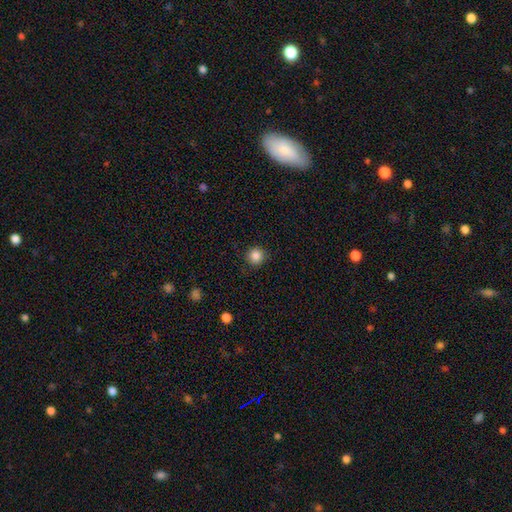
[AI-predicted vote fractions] Q: Smooth or featured?
A: smooth (86%); runner-up: star or artifact (11%)
Q: How rounded?
A: round (94%); runner-up: in between (5%)
Q: Merging?
A: none (89%); runner-up: minor disturbance (7%)